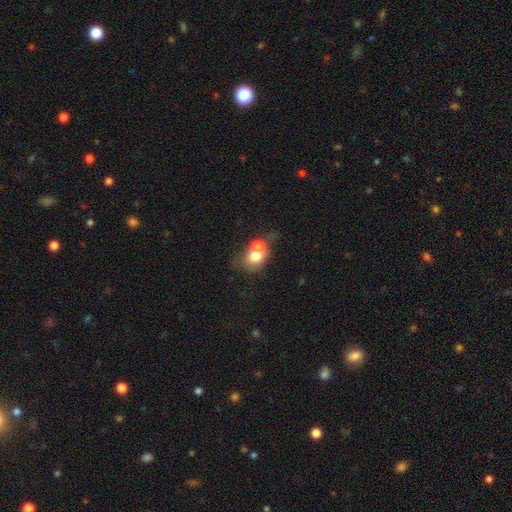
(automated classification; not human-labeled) Smooth or featured? Predicted: smooth (p=0.66). How rounded? Predicted: round (p=0.53). Merging? Predicted: merger (p=0.66).